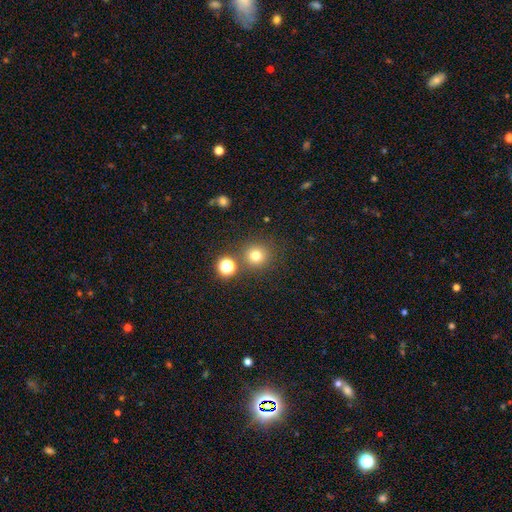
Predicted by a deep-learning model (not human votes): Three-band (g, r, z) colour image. It shows a smooth galaxy with no disk features (75%) that is round (93%). Merging: none (81%).